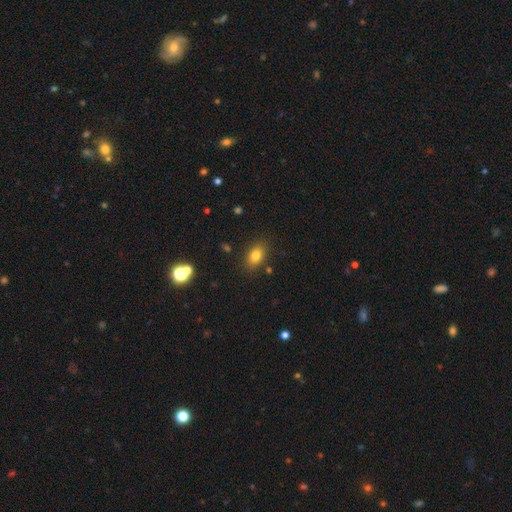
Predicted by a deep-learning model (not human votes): Smooth or featured? Predicted: smooth (p=0.80). How rounded? Predicted: in between (p=0.81). Merging? Predicted: none (p=0.84).